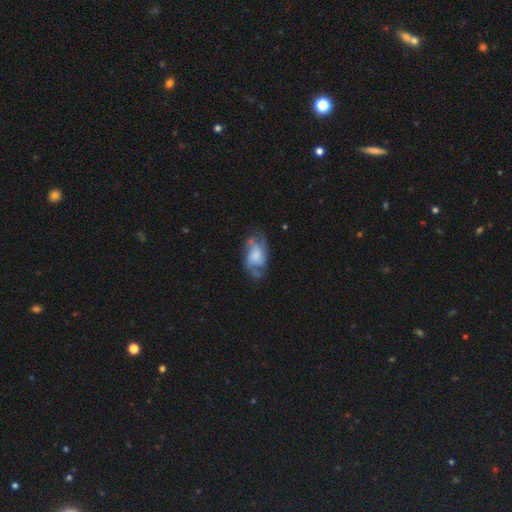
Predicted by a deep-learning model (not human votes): This is likely a featured or disk galaxy (67%). It is clearly not viewed edge-on (96%). Bar: likely no (65%). Spiral arm pattern: clearly yes (87%). Spiral arm count: marginally 2 (31%). Spiral winding: possibly medium (46%). Central bulge: marginally moderate (31%). Merging: possibly none (58%).